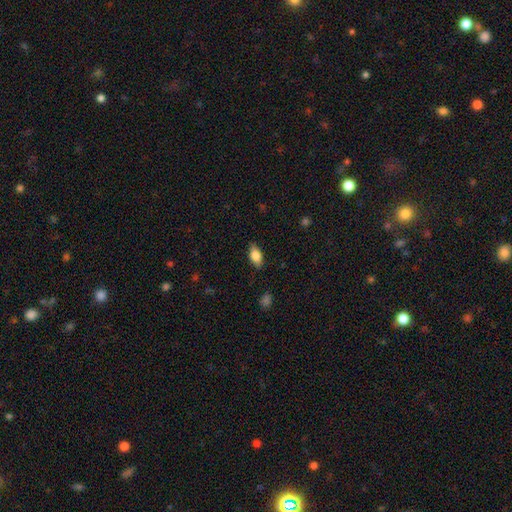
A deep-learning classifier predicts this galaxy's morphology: Smooth or featured?
  - smooth: 75% *
  - featured or disk: 17%
  - star or artifact: 8%
How rounded?
  - in between: 87% *
  - cigar-shaped: 9%
  - round: 5%
Merging?
  - none: 84% *
  - minor disturbance: 12%
  - major disturbance: 3%
  - merger: 1%